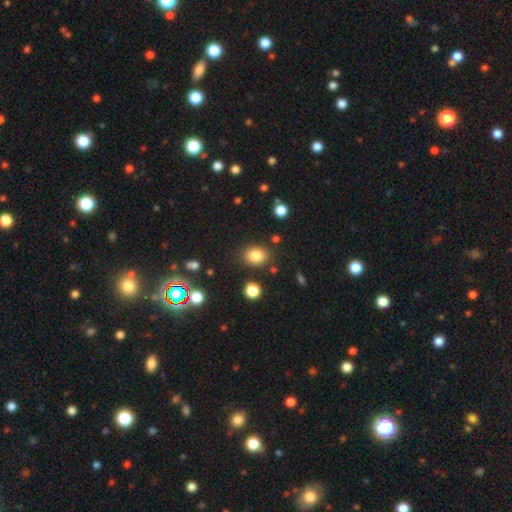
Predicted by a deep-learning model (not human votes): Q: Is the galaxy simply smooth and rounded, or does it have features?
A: smooth — 83%.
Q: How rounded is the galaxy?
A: in between — 52%.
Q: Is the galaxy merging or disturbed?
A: none — 82%.